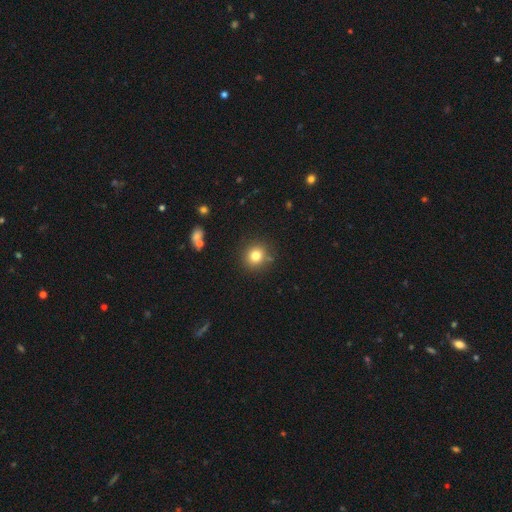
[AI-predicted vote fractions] Smooth or featured? Predicted: smooth (p=0.80). How rounded? Predicted: round (p=0.89). Merging? Predicted: none (p=0.85).